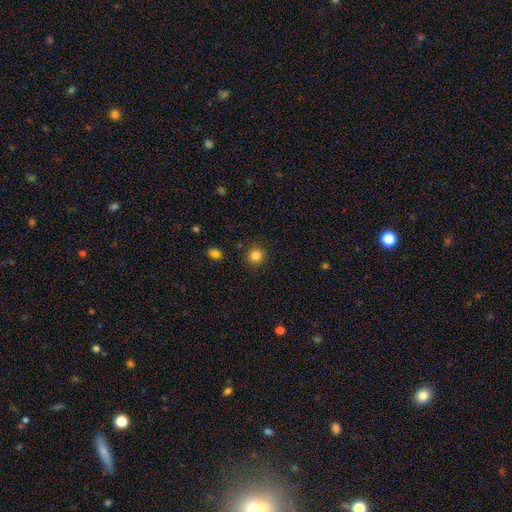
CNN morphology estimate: Overall: smooth (83%). How rounded: round (94%). Merging: none (90%).